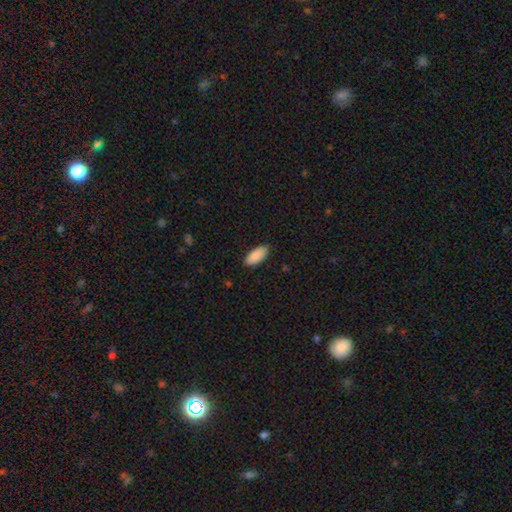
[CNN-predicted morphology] smooth-or-featured: smooth: 89% | star or artifact: 6% | featured or disk: 5%
  how-rounded: in between: 88% | cigar-shaped: 10% | round: 2%
  merging: none: 86% | minor disturbance: 12% | major disturbance: 2% | merger: 1%